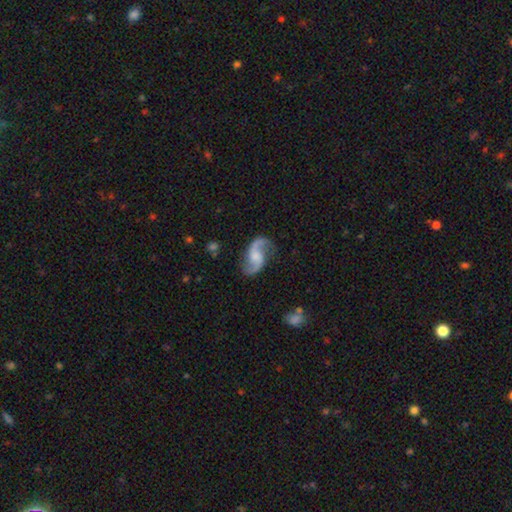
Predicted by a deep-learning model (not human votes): smooth-or-featured: featured or disk: 90% | smooth: 6% | star or artifact: 5%
  disk-edge-on: no: 98% | yes: 2%
    bar: no: 53% | weak: 38% | strong: 8%
    has-spiral-arms: yes: 97% | no: 3%
      spiral-winding: loose: 65% | medium: 30% | tight: 5%
      spiral-arm-count: 2: 94% | 1: 2% | can't tell: 2% | 3: 1% | 4: 1% | more than 4: 1%
    bulge-size: moderate: 34% | small: 33% | none: 25% | large: 8% | dominant: 2%
  merging: none: 79% | minor disturbance: 13% | major disturbance: 6% | merger: 2%